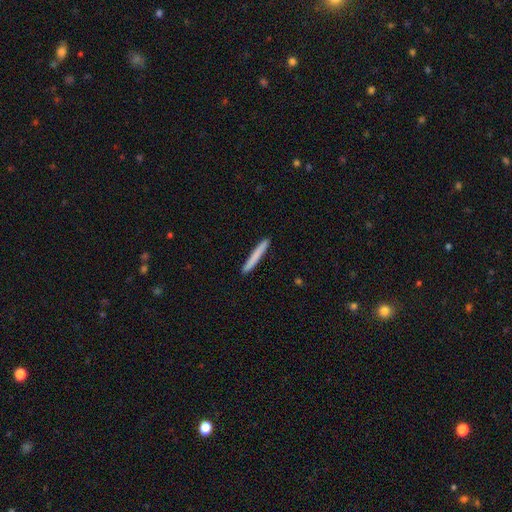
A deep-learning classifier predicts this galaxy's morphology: Q: Smooth or featured?
A: smooth (78%); runner-up: featured or disk (17%)
Q: How rounded?
A: cigar-shaped (97%); runner-up: in between (2%)
Q: Merging?
A: none (92%); runner-up: minor disturbance (5%)